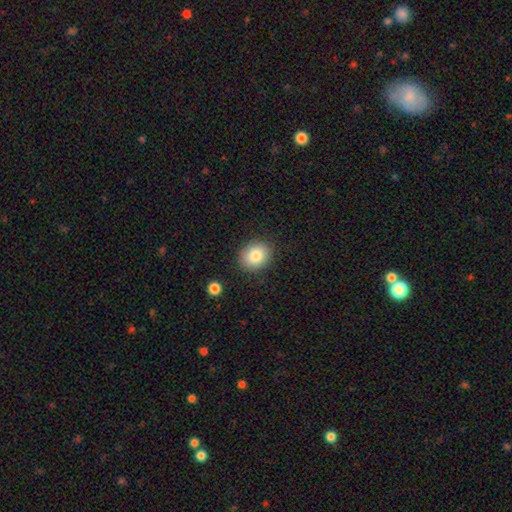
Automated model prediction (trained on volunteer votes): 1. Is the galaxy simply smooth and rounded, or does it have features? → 83% smooth, 9% star or artifact, 8% featured or disk.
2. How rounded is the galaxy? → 57% round, 42% in between, 1% cigar-shaped.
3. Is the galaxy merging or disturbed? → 87% none, 9% minor disturbance, 3% major disturbance, 2% merger.